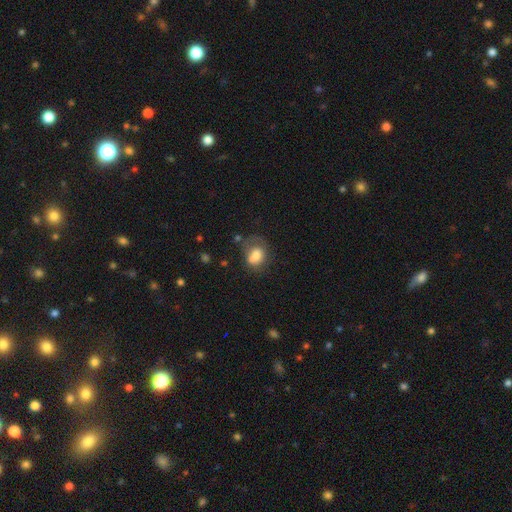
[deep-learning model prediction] Morphology: type=smooth (68%); roundness=in between (55%); merging=none (31%).